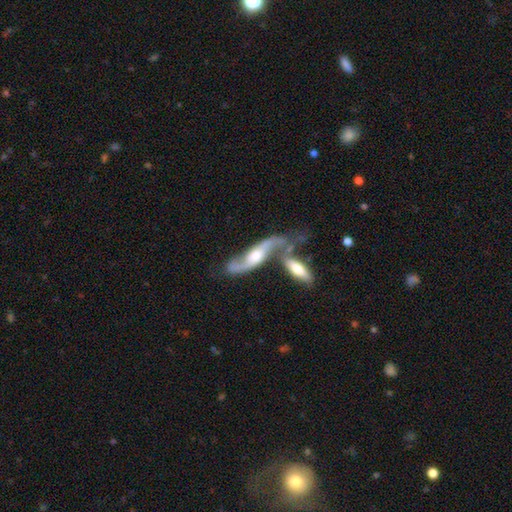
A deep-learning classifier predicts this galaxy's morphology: smooth-or-featured: featured or disk: 82% | smooth: 13% | star or artifact: 5%
  disk-edge-on: no: 73% | yes: 27%
    bar: no: 53% | weak: 34% | strong: 13%
    has-spiral-arms: yes: 93% | no: 7%
      spiral-winding: loose: 65% | medium: 26% | tight: 8%
      spiral-arm-count: 2: 89% | can't tell: 5% | 1: 2% | 3: 1% | 4: 1% | more than 4: 1%
    bulge-size: moderate: 58% | small: 20% | large: 16% | none: 4% | dominant: 2%
  merging: merger: 43% | none: 34% | minor disturbance: 14% | major disturbance: 9%